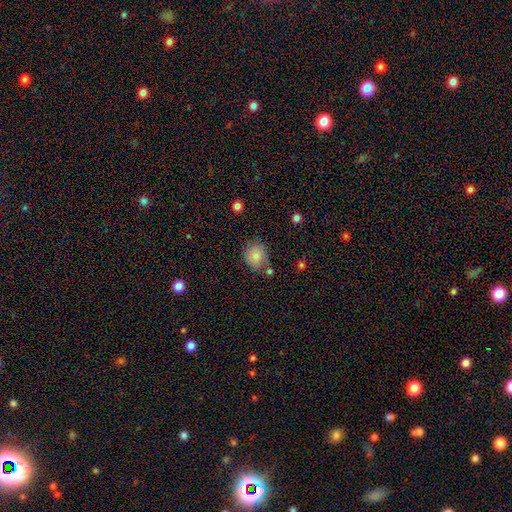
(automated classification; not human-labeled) smooth_or_featured: smooth (p=0.83) [alt: star or artifact p=0.09]
how_rounded: round (p=0.75) [alt: in between p=0.24]
merging: none (p=0.72) [alt: minor disturbance p=0.17]